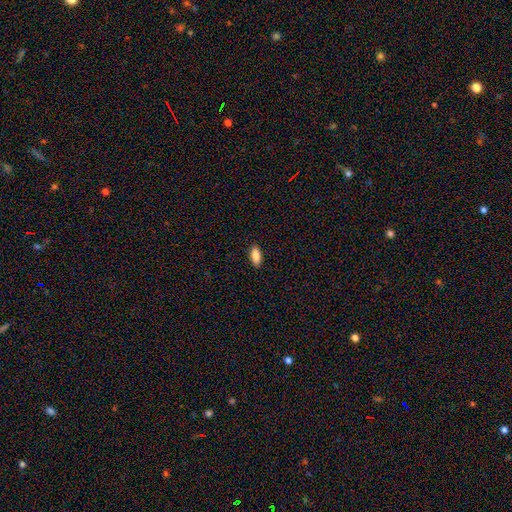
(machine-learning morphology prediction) Overall: smooth (83%). How rounded: in between (82%). Merging: none (90%).